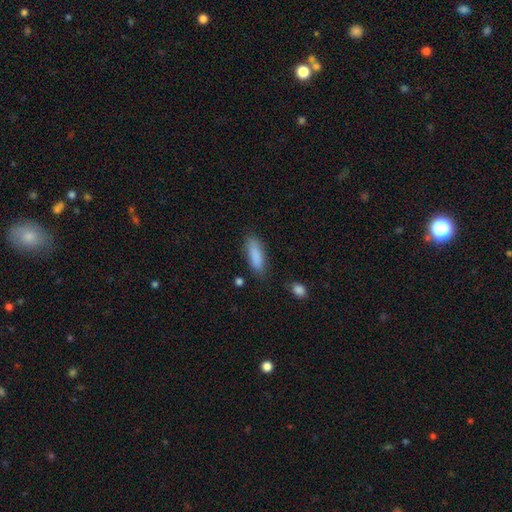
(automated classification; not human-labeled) A smooth galaxy with no disk features (87%) that is in between round and cigar-shaped (55%).

Vote fractions:
- Smooth or featured? smooth: 87% / star or artifact: 7% / featured or disk: 6%
- How rounded? in between: 55% / cigar-shaped: 43% / round: 2%
- Merging? none: 77% / minor disturbance: 16% / major disturbance: 4% / merger: 2%